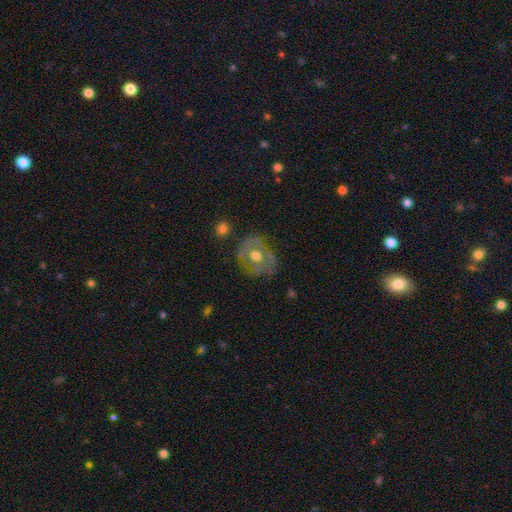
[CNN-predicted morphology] type=featured or disk (60%); edge-on=no (96%); bar=no (79%); spiral arms=no (59%); bulge=moderate (78%); merging=none (70%).